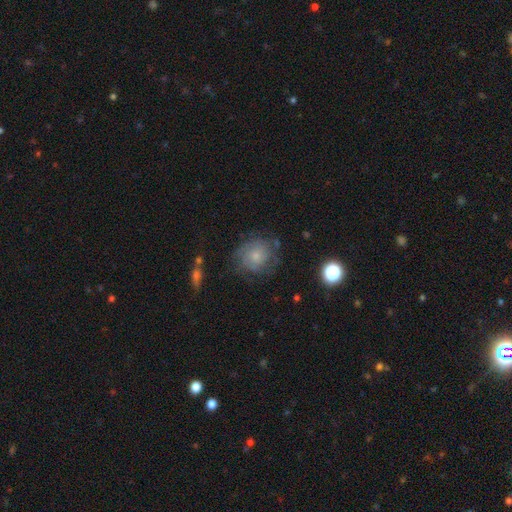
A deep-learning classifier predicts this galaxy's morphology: The model was most divided on "smooth or featured" (2-way tie): smooth: 45%, featured or disk: 45%, star or artifact: 10%. More confident: merging — none (61%).